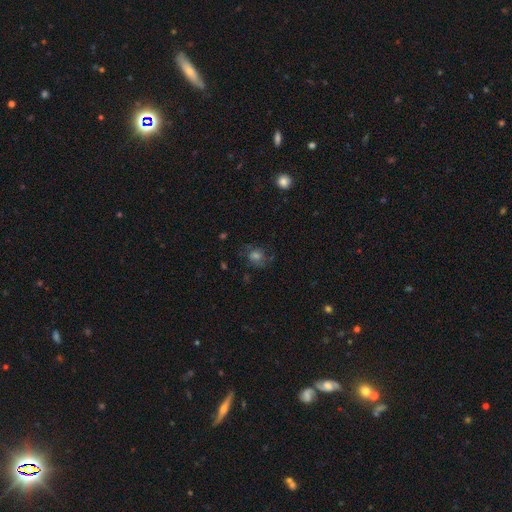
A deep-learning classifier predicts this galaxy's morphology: Q: Smooth or featured?
A: featured or disk (41%); runner-up: smooth (36%)
Q: Merging?
A: none (69%); runner-up: minor disturbance (17%)